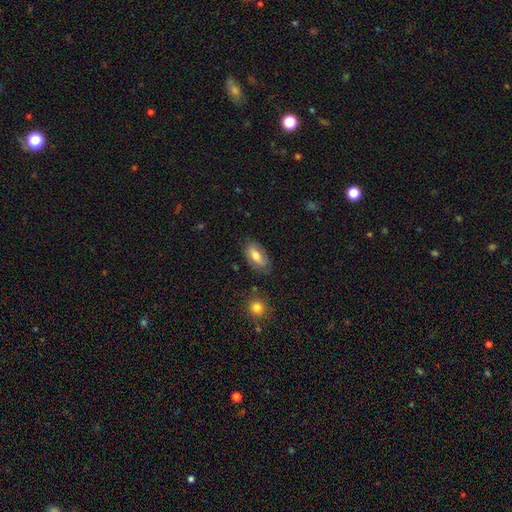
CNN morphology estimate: Smooth or featured: smooth — 67% (featured or disk — 26%)
How rounded: in between — 89% (cigar-shaped — 7%)
Merging: none — 74% (minor disturbance — 19%)